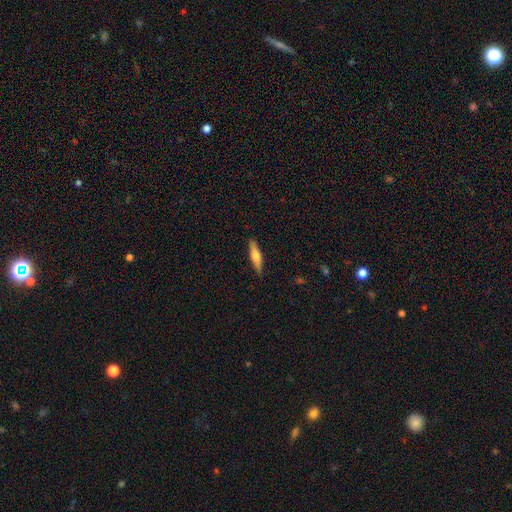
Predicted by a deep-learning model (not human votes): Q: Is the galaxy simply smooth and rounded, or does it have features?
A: smooth — 53%.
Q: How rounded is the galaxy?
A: cigar-shaped — 78%.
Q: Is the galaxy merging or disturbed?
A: none — 88%.